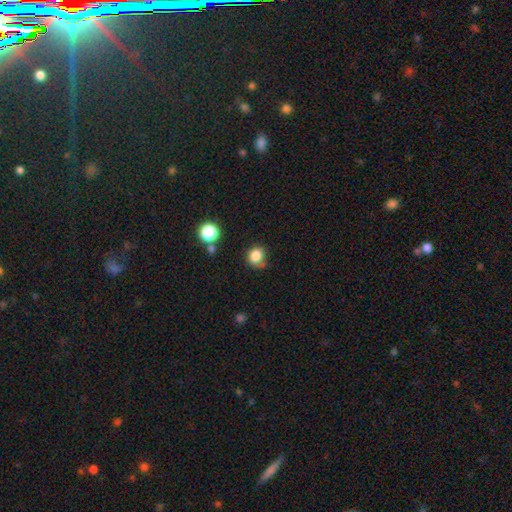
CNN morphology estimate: Overall: smooth (83%). How rounded: round (77%). Merging: none (64%; minor disturbance 25%).